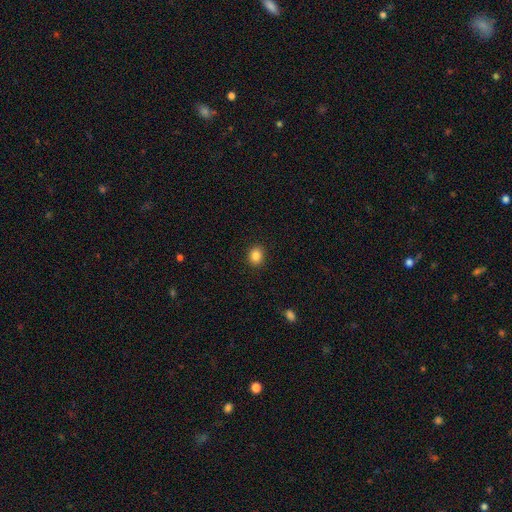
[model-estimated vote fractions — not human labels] A smooth galaxy with no disk features (86%) that is round (62%).

Vote fractions:
- Smooth or featured? smooth: 86% / star or artifact: 10% / featured or disk: 4%
- How rounded? round: 62% / in between: 37% / cigar-shaped: 1%
- Merging? none: 91% / minor disturbance: 6% / major disturbance: 2% / merger: 1%